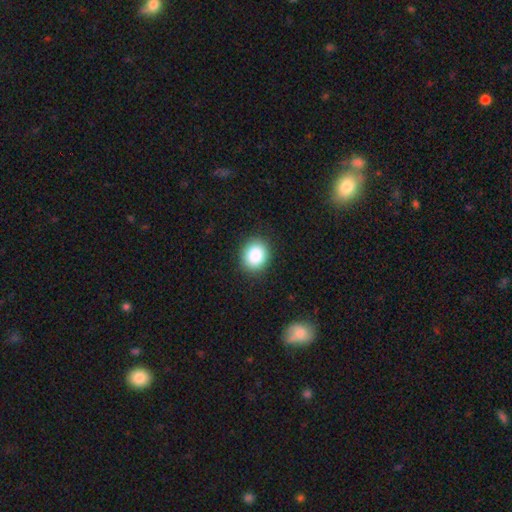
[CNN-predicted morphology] Smooth or featured? Predicted: smooth (p=0.87). How rounded? Predicted: round (p=0.70). Merging? Predicted: none (p=0.90).